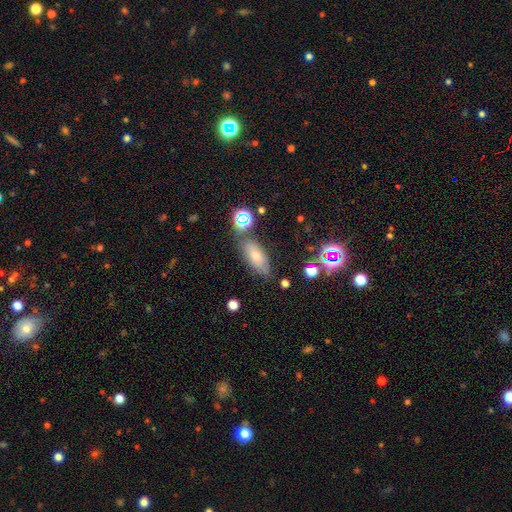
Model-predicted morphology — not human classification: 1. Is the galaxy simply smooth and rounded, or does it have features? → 54% smooth, 25% featured or disk, 21% star or artifact.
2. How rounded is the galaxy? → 77% in between, 17% cigar-shaped, 6% round.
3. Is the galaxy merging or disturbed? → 72% none, 15% minor disturbance, 8% merger, 5% major disturbance.